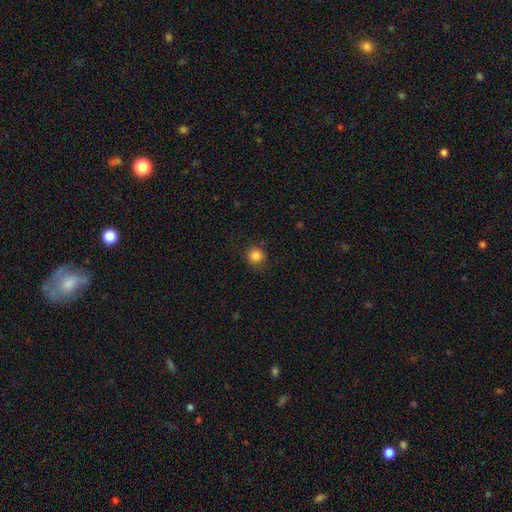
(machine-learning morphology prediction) This is clearly a smooth galaxy (84%). How rounded: clearly round (91%). Merging: clearly none (85%).